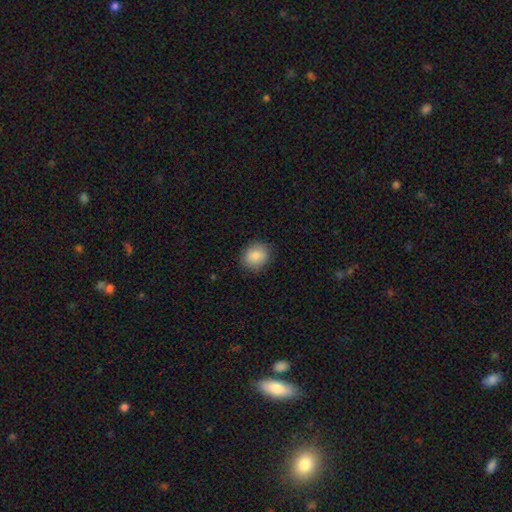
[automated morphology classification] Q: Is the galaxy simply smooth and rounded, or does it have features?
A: smooth — 85%.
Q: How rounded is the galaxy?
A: round — 70%.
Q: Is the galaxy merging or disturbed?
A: none — 85%.